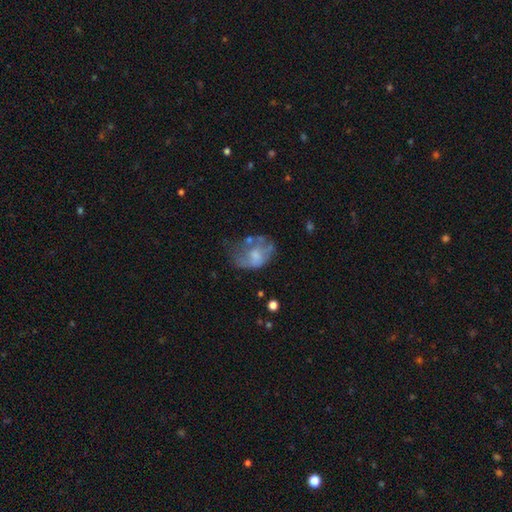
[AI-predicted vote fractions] Smooth or featured: featured or disk — 46% (smooth — 44%)
Merging: major disturbance — 35% (none — 29%)